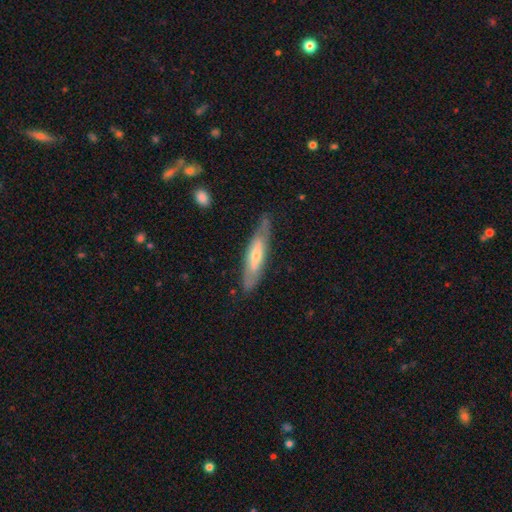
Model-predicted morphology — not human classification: This is possibly a featured or disk galaxy (54%). It is possibly viewed edge-on (59%). Merging: likely none (76%).